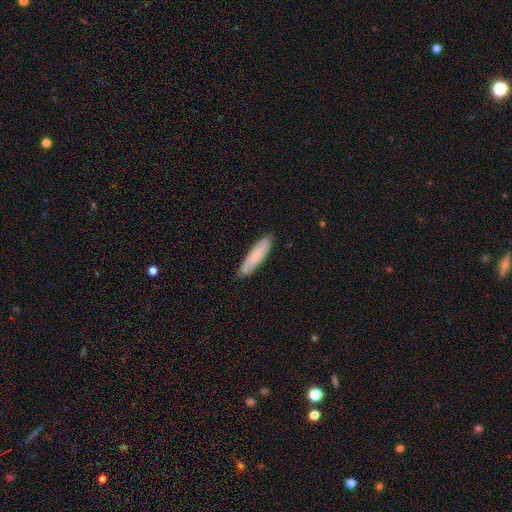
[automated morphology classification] A smooth galaxy with no disk features (77%) that is cigar-shaped (75%). Merging: none (86%).